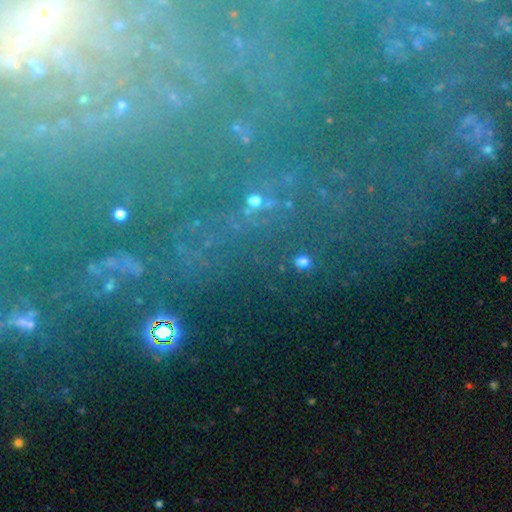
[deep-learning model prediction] The model was most divided on "smooth or featured": star or artifact: 61%, featured or disk: 23%, smooth: 15%.